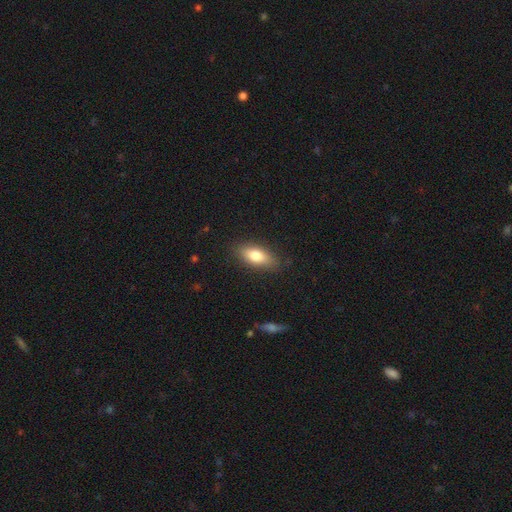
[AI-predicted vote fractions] The model was most divided on "smooth or featured": smooth: 77%, featured or disk: 16%, star or artifact: 7%. More confident: merging — none (84%); how rounded — in between (79%).